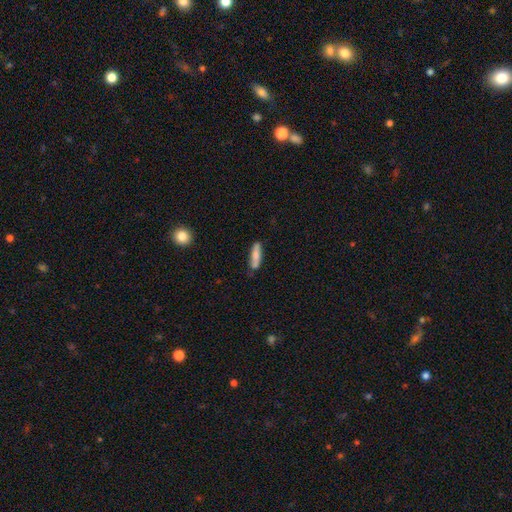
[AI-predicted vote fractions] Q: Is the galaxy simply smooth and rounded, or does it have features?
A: smooth — 78%.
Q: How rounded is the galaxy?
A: cigar-shaped — 68%.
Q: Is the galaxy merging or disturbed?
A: none — 73%.